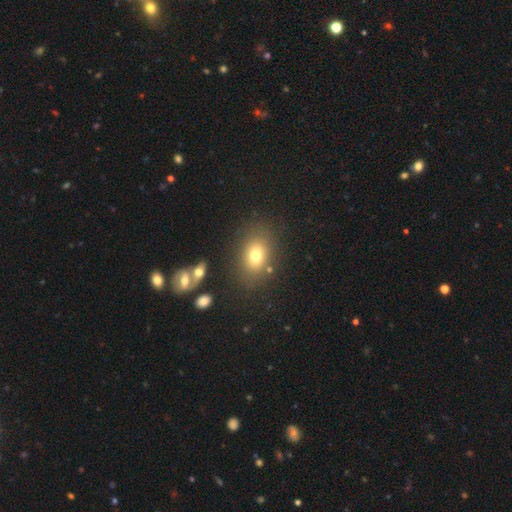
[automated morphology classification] A smooth galaxy with no disk features (74%) that is in between round and cigar-shaped (72%).

Vote fractions:
- Smooth or featured? smooth: 74% / featured or disk: 14% / star or artifact: 12%
- How rounded? in between: 72% / round: 27% / cigar-shaped: 1%
- Merging? none: 79% / minor disturbance: 12% / major disturbance: 5% / merger: 5%